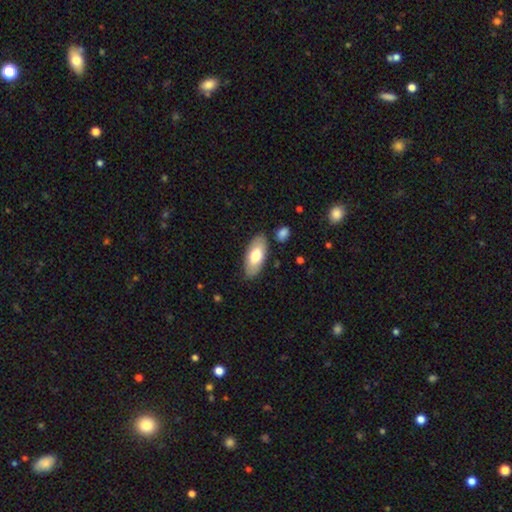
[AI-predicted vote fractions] This is likely a smooth galaxy (70%). How rounded: clearly in between (89%). Merging: clearly none (84%).